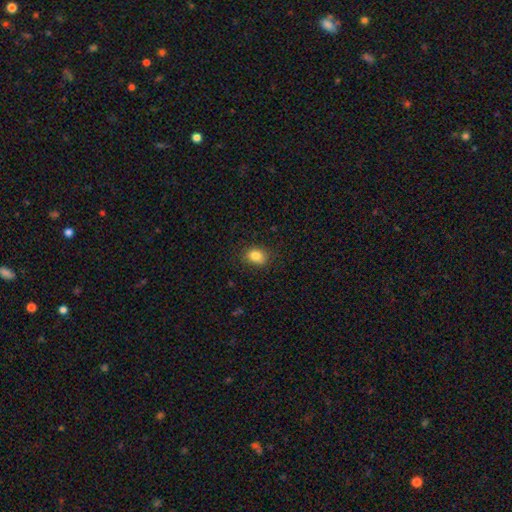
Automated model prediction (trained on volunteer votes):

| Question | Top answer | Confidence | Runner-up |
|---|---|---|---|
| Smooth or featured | smooth | 83% | star or artifact (10%) |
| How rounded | in between | 62% | round (37%) |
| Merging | none | 83% | minor disturbance (13%) |